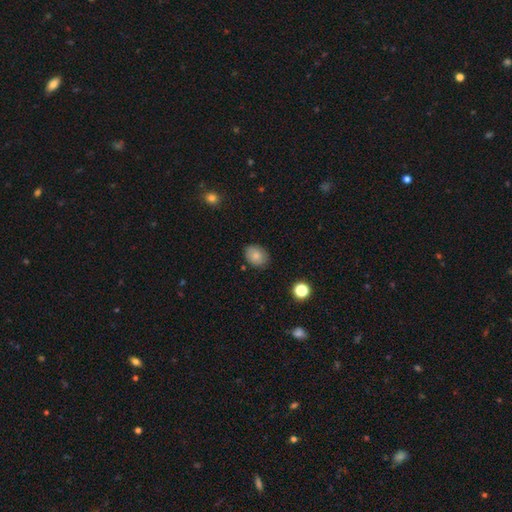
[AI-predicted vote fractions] This appears to be a smooth galaxy with no disk features (81%) that is in between round and cigar-shaped (61%). Merging: none (82%).